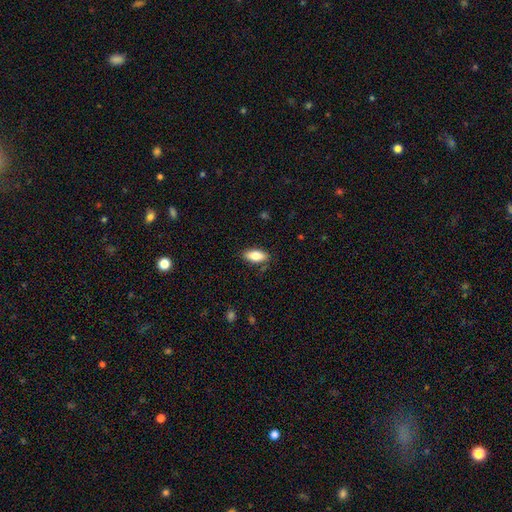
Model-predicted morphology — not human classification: Q: Smooth or featured?
A: smooth (82%); runner-up: featured or disk (11%)
Q: How rounded?
A: in between (85%); runner-up: cigar-shaped (12%)
Q: Merging?
A: none (84%); runner-up: minor disturbance (12%)